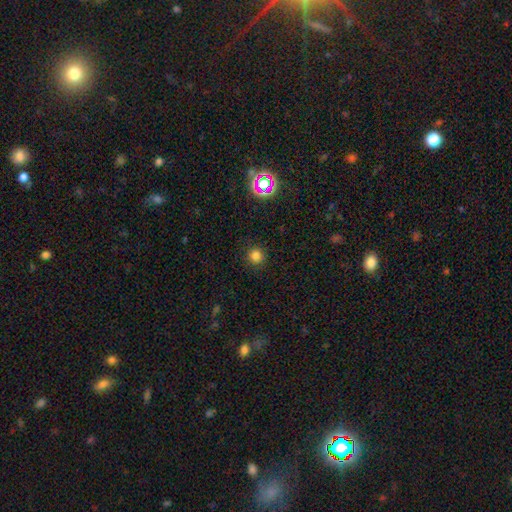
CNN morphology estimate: smooth 78%, star or artifact 17%, featured or disk 5%. Down the decision tree: how rounded — round (94%); merging — none (90%).